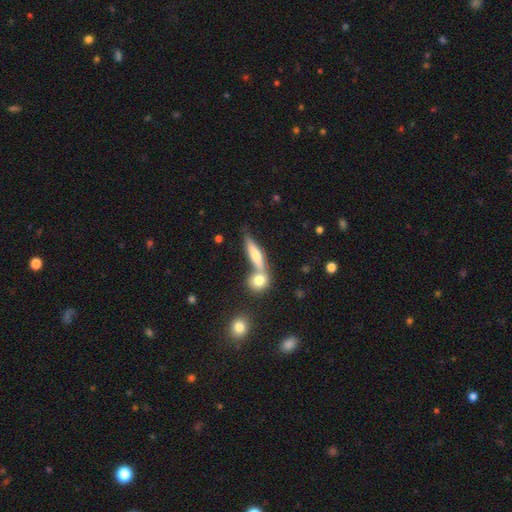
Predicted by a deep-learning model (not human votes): This appears to be a smooth galaxy with no disk features (54%) that is cigar-shaped (66%). Merging: none (53%).